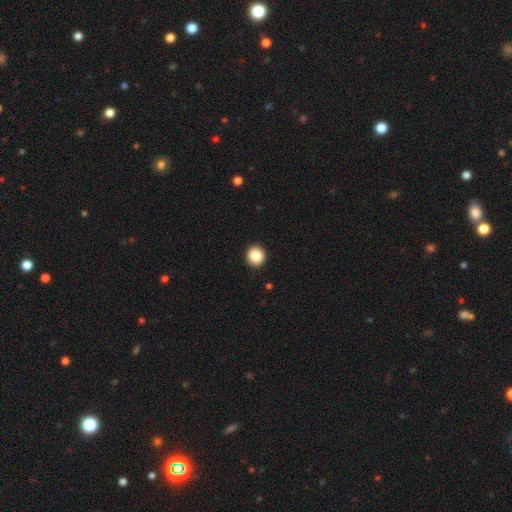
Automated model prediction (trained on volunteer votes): smooth_or_featured: smooth (p=0.88) [alt: star or artifact p=0.09]
how_rounded: round (p=0.90) [alt: in between p=0.09]
merging: none (p=0.93) [alt: minor disturbance p=0.05]